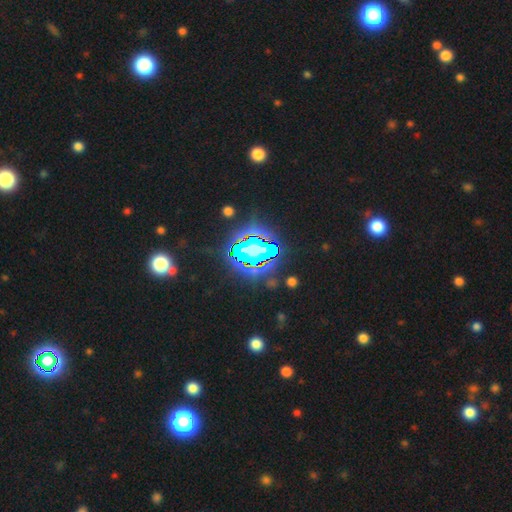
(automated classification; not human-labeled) smooth-or-featured: star or artifact: 82% | smooth: 10% | featured or disk: 8%